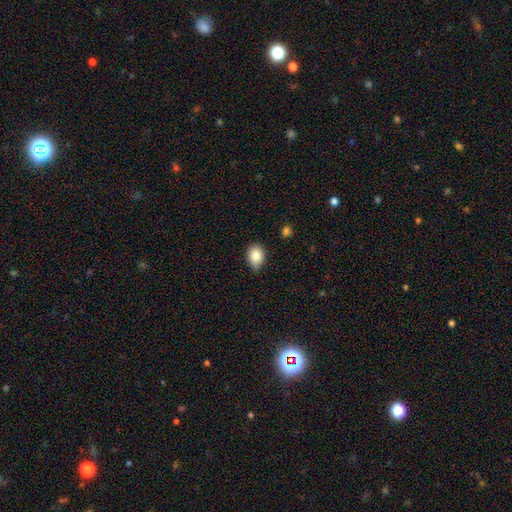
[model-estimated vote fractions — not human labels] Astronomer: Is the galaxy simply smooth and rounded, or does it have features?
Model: smooth — 84%.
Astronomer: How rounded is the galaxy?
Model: in between — 60% (runner-up: round, 38%).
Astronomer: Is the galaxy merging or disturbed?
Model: none — 65%.